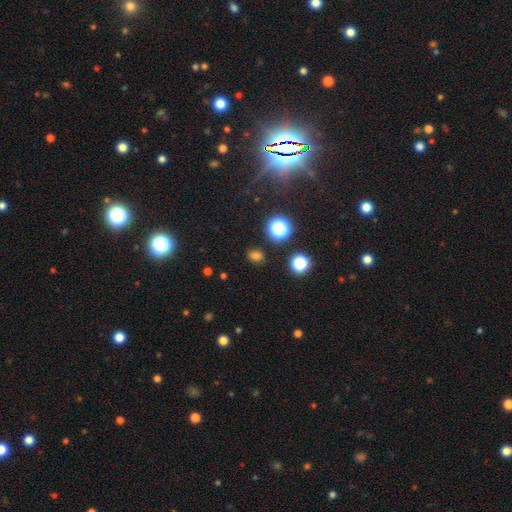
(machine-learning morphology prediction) The model was most divided on "how rounded": round: 50%, in between: 49%, cigar-shaped: 1%. More confident: merging — none (85%); smooth or featured — smooth (71%).